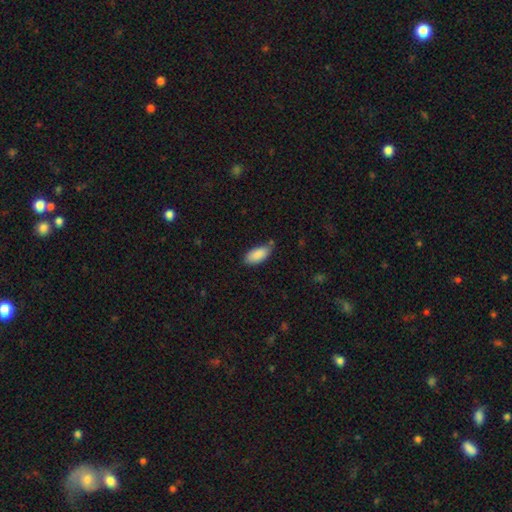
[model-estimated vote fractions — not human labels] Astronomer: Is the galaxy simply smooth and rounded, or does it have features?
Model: smooth — 89%.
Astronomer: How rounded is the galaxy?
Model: in between — 90%.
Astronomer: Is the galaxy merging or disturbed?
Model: none — 69%.